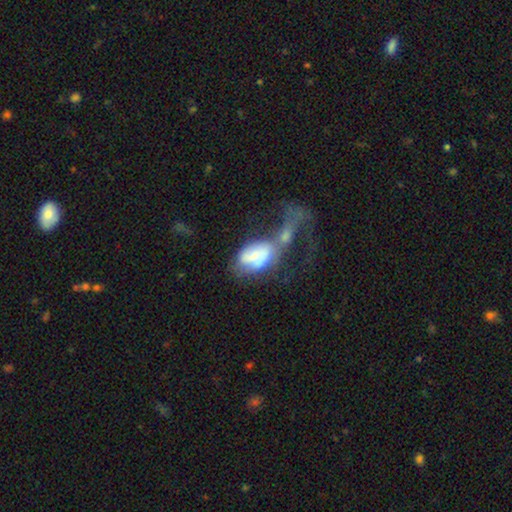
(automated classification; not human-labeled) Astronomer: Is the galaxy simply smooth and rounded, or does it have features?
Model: featured or disk — 47% (runner-up: smooth, 44%).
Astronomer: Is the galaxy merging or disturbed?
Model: merger — 46% (runner-up: major disturbance, 33%).